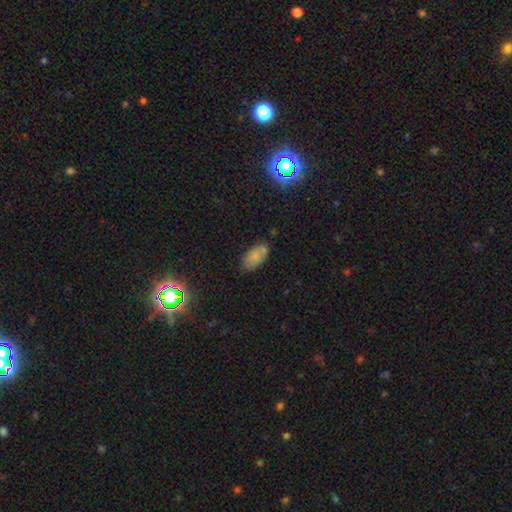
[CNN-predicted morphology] Smooth or featured? smooth (76%)
How rounded? in between (93%)
Merging? none (66%)